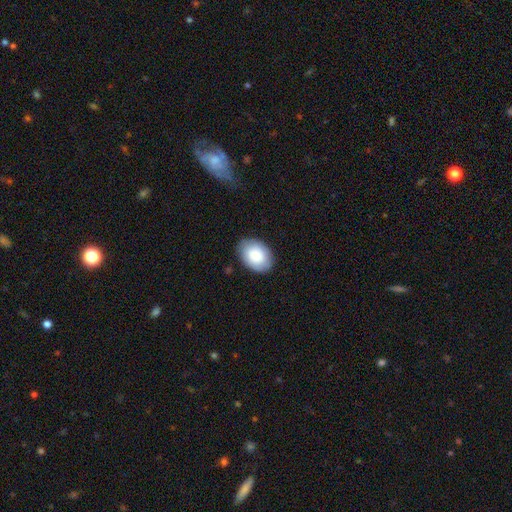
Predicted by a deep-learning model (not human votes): Smooth or featured: smooth — 81% (featured or disk — 13%)
How rounded: in between — 83% (round — 16%)
Merging: none — 83% (minor disturbance — 13%)